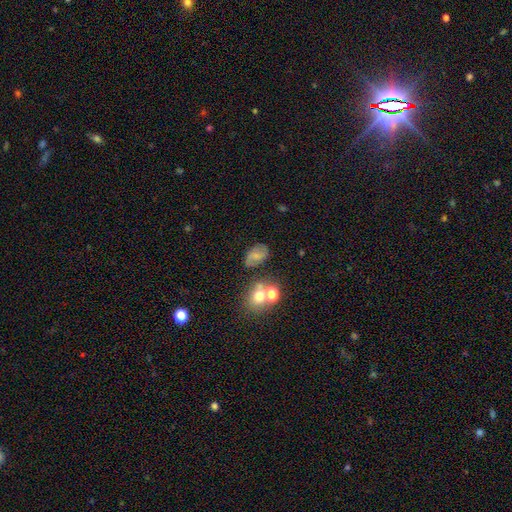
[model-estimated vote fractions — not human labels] Smooth or featured?
  - smooth: 50% *
  - featured or disk: 37%
  - star or artifact: 13%
How rounded?
  - in between: 81% *
  - round: 17%
  - cigar-shaped: 2%
Merging?
  - none: 68% *
  - minor disturbance: 18%
  - merger: 8%
  - major disturbance: 6%